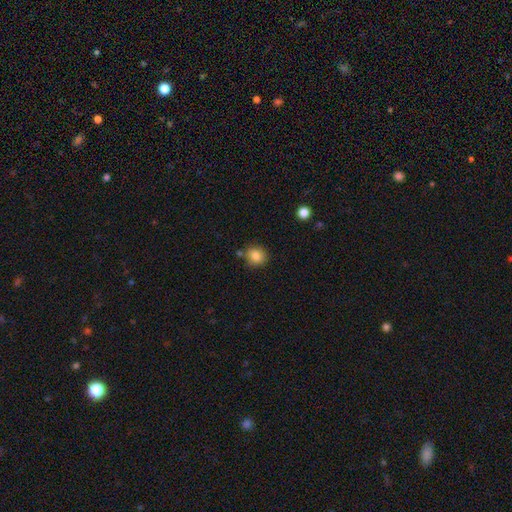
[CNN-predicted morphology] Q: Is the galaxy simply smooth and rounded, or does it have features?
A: smooth — 84%.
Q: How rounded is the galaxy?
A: round — 81%.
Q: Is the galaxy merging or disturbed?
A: none — 78%.